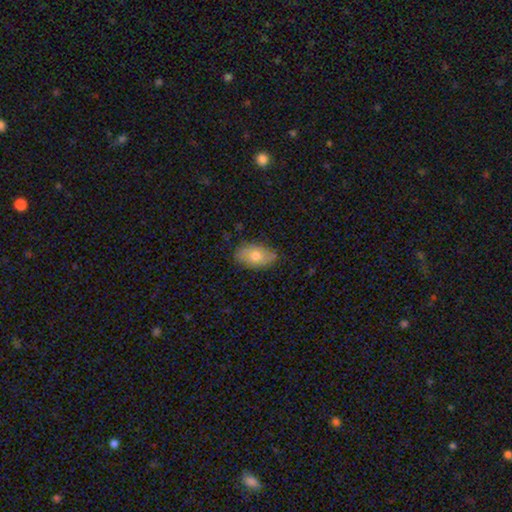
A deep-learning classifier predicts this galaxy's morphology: Overall: smooth (68%). How rounded: in between (91%). Merging: none (79%).